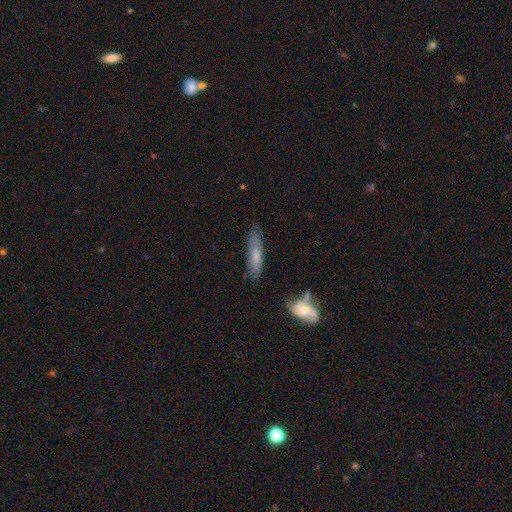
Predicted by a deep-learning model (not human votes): Morphology: type=smooth (64%); roundness=cigar-shaped (76%); merging=none (73%).